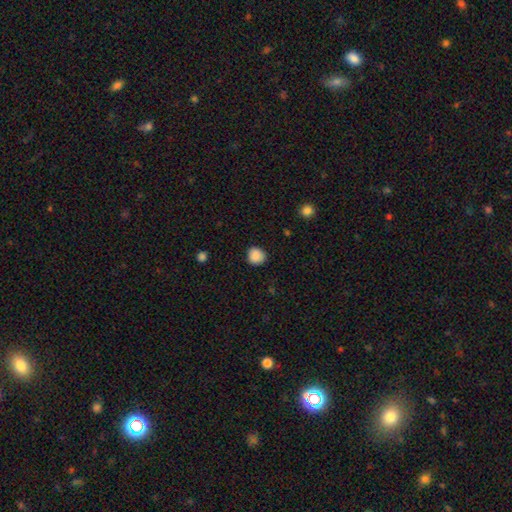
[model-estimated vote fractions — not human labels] A smooth galaxy with no disk features (88%) that is round (88%).

Vote fractions:
- Smooth or featured? smooth: 88% / star or artifact: 9% / featured or disk: 3%
- How rounded? round: 88% / in between: 11% / cigar-shaped: 1%
- Merging? none: 88% / minor disturbance: 9% / major disturbance: 2% / merger: 1%